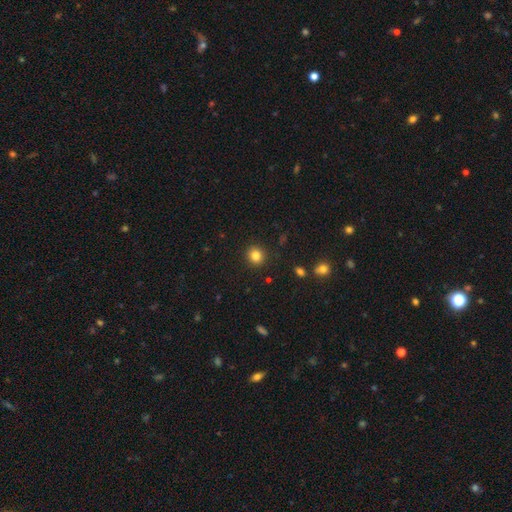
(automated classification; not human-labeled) Smooth or featured?
  - smooth: 83% *
  - star or artifact: 11%
  - featured or disk: 6%
How rounded?
  - round: 90% *
  - in between: 9%
  - cigar-shaped: 1%
Merging?
  - none: 91% *
  - minor disturbance: 5%
  - major disturbance: 2%
  - merger: 1%